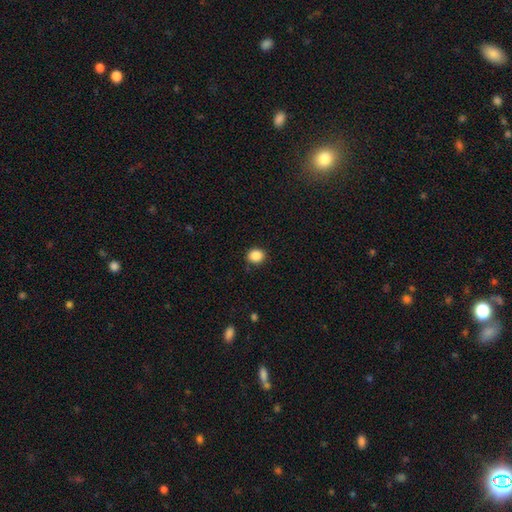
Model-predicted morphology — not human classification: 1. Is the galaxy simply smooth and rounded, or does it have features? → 87% smooth, 10% star or artifact, 3% featured or disk.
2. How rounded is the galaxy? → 76% round, 23% in between, 1% cigar-shaped.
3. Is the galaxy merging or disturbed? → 88% none, 9% minor disturbance, 2% major disturbance, 1% merger.